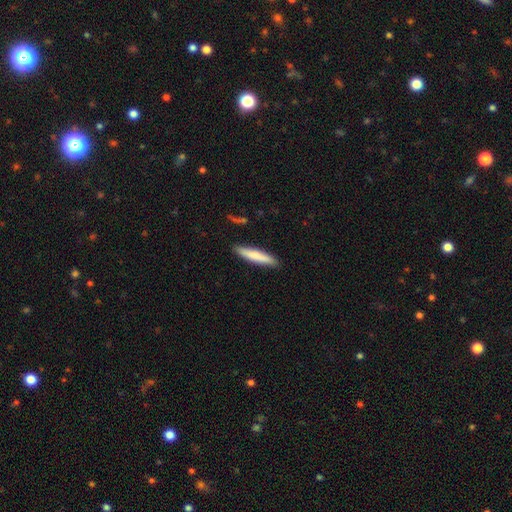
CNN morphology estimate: A smooth galaxy with no disk features (73%) that is cigar-shaped (89%). Merging: none (89%).